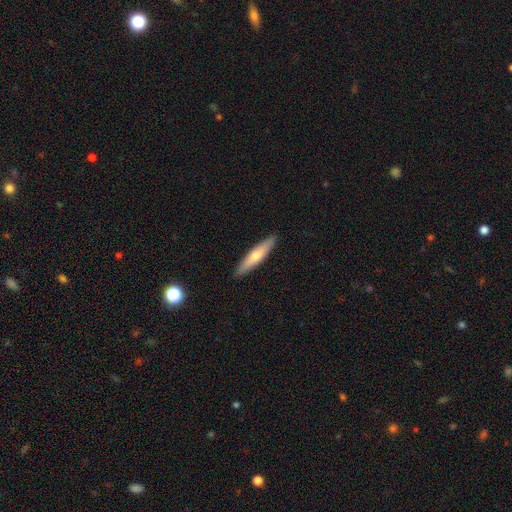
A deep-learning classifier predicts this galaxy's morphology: A smooth galaxy with no disk features (53%) that is cigar-shaped (84%).

Vote fractions:
- Smooth or featured? smooth: 53% / featured or disk: 41% / star or artifact: 6%
- How rounded? cigar-shaped: 84% / in between: 14% / round: 2%
- Merging? none: 91% / minor disturbance: 7% / major disturbance: 1% / merger: 1%